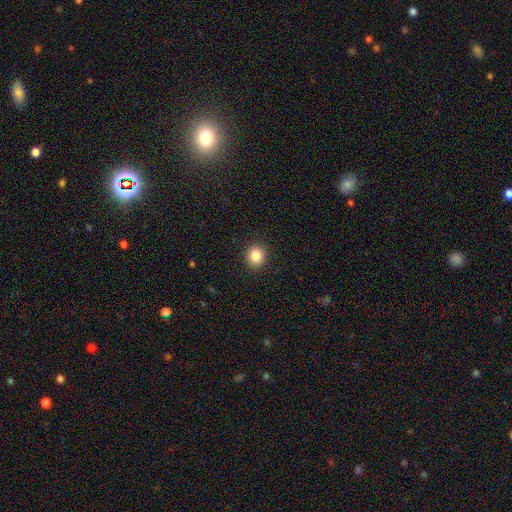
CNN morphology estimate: Q: Smooth or featured?
A: smooth (85%); runner-up: star or artifact (10%)
Q: How rounded?
A: round (74%); runner-up: in between (25%)
Q: Merging?
A: none (91%); runner-up: minor disturbance (6%)